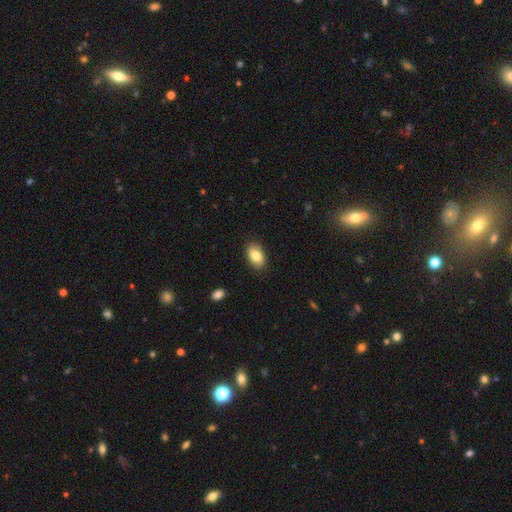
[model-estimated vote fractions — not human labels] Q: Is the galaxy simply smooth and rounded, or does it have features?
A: smooth — 83%.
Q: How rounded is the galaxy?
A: in between — 90%.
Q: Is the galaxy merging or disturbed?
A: none — 88%.